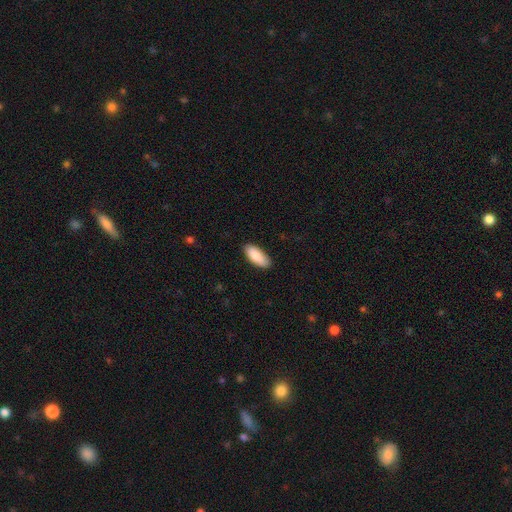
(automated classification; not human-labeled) Smooth or featured? Predicted: smooth (p=0.89). How rounded? Predicted: in between (p=0.82). Merging? Predicted: none (p=0.86).